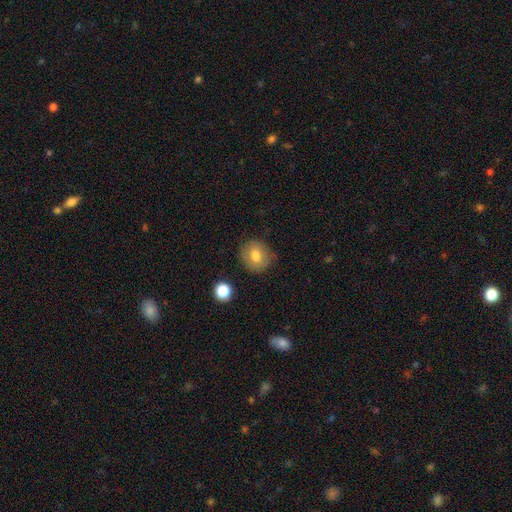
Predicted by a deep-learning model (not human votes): Overall: smooth (76%). How rounded: round (82%). Merging: none (81%).